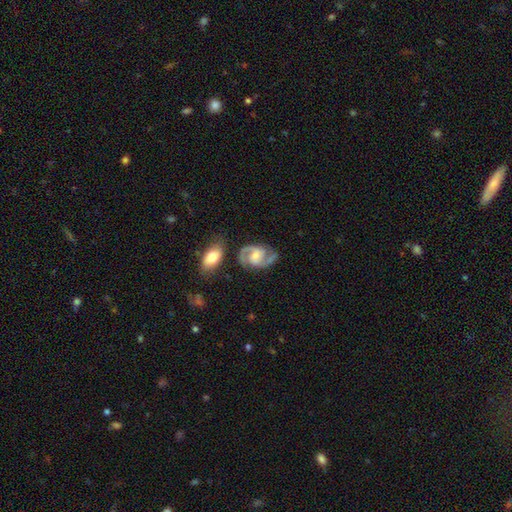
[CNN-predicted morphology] smooth-or-featured: featured or disk: 86% | smooth: 9% | star or artifact: 5%
  disk-edge-on: no: 98% | yes: 2%
    bar: weak: 45% | no: 41% | strong: 14%
    has-spiral-arms: yes: 96% | no: 4%
      spiral-winding: medium: 60% | tight: 23% | loose: 17%
      spiral-arm-count: 2: 92% | can't tell: 3% | 1: 2% | 3: 2% | 4: 1% | more than 4: 1%
    bulge-size: moderate: 42% (tied) | small: 42% (tied) | none: 8% | large: 6% | dominant: 1%
  merging: none: 68% | minor disturbance: 18% | major disturbance: 7% | merger: 7%